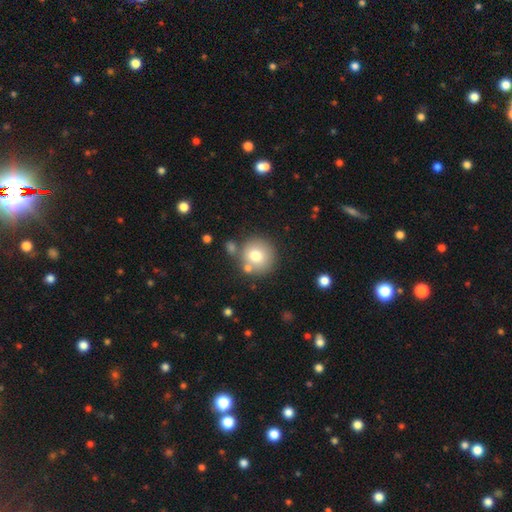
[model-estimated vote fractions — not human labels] A smooth galaxy with no disk features (75%) that is round (92%). Merging: none (74%).